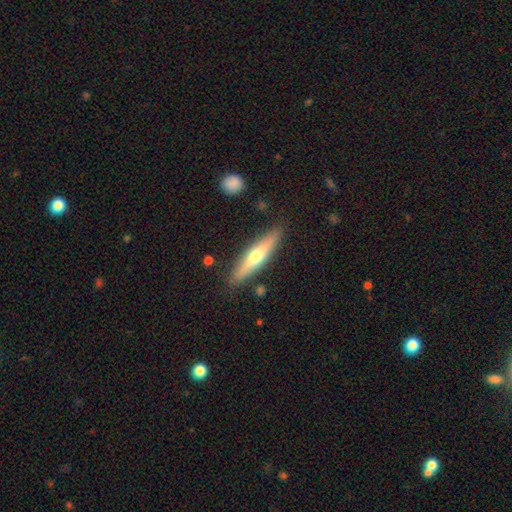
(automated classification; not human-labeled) The model was most divided on "smooth or featured": featured or disk: 48%, smooth: 47%, star or artifact: 6%. More confident: merging — none (87%).